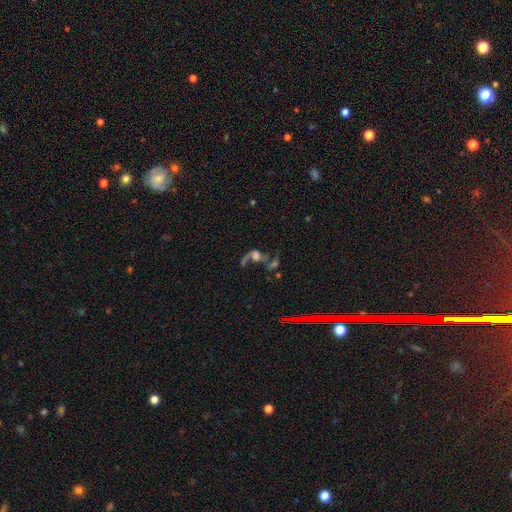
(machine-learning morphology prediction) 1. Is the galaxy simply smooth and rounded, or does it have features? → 66% featured or disk, 19% smooth, 15% star or artifact.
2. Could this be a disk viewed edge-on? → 95% no, 5% yes.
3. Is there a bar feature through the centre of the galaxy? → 62% no, 28% weak, 10% strong.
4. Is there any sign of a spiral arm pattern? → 81% yes, 19% no.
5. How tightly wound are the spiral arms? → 84% loose, 13% medium, 3% tight.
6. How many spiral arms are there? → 67% 2, 26% 1, 4% can't tell, 1% 3, 1% 4, 1% more than 4.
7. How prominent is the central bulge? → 28% none, 27% moderate, 21% large, 20% small, 5% dominant.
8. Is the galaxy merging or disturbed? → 38% merger, 28% none, 23% major disturbance, 10% minor disturbance.